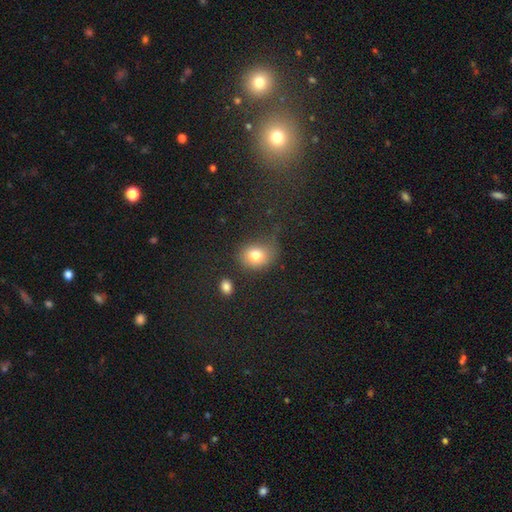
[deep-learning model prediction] A smooth galaxy with no disk features (78%) that is round (53%). Merging: none (58%).